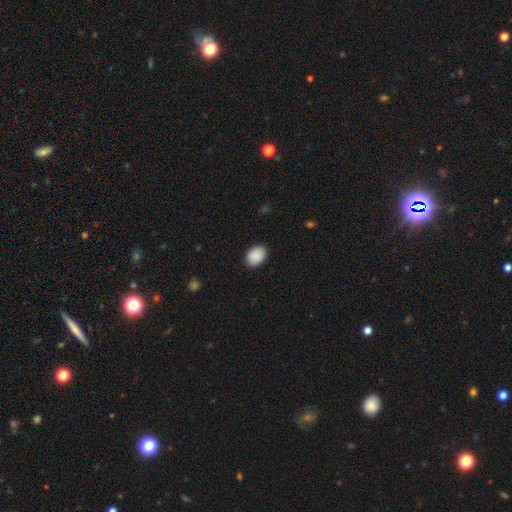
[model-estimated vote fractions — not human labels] Smooth or featured: smooth — 91% (star or artifact — 6%)
How rounded: in between — 76% (round — 23%)
Merging: none — 89% (minor disturbance — 8%)